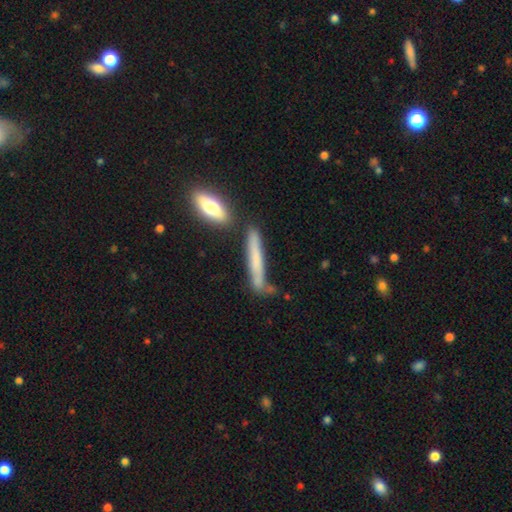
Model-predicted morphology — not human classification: smooth-or-featured: smooth: 57% | featured or disk: 34% | star or artifact: 8%
  how-rounded: cigar-shaped: 92% | in between: 6% | round: 2%
  merging: none: 67% | minor disturbance: 19% | merger: 9% | major disturbance: 5%